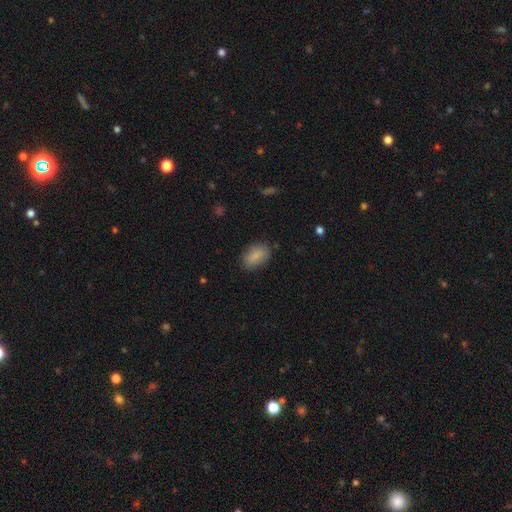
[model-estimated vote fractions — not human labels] This appears to be a smooth galaxy with no disk features (86%) that is in between round and cigar-shaped (90%). Merging: none (82%).